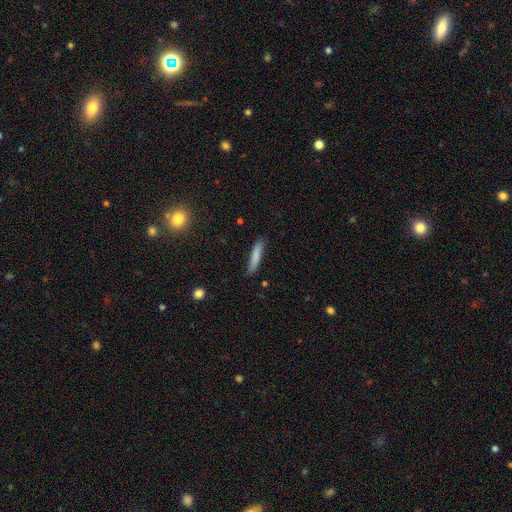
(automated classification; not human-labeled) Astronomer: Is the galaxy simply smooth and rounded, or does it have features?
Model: smooth — 82%.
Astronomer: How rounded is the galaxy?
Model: cigar-shaped — 89%.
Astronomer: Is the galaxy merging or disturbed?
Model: none — 83%.